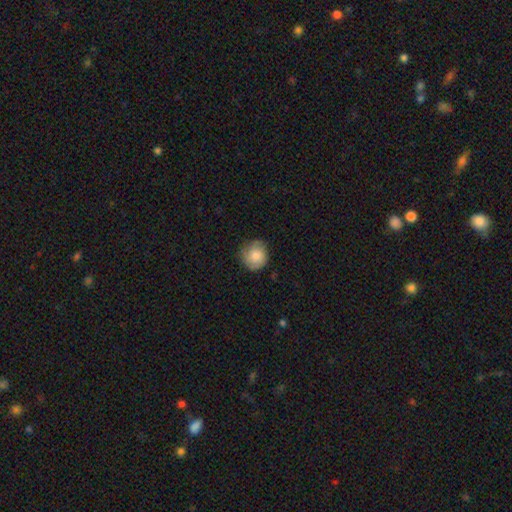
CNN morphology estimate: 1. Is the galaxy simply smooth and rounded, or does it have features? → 74% smooth, 19% featured or disk, 7% star or artifact.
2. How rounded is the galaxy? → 89% round, 10% in between, 1% cigar-shaped.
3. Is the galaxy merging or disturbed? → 74% none, 21% minor disturbance, 4% major disturbance, 1% merger.